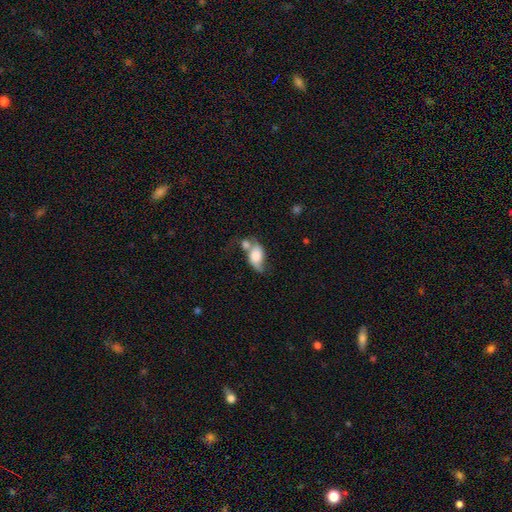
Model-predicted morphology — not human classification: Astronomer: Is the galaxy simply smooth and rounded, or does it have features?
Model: smooth — 59%.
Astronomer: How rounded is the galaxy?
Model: in between — 85%.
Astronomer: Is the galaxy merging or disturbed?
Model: merger — 46%.